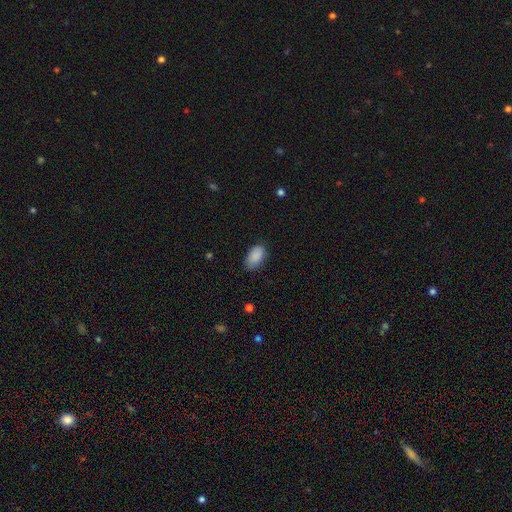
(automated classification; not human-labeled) A smooth galaxy with no disk features (89%) that is in between round and cigar-shaped (94%). Merging: none (79%).